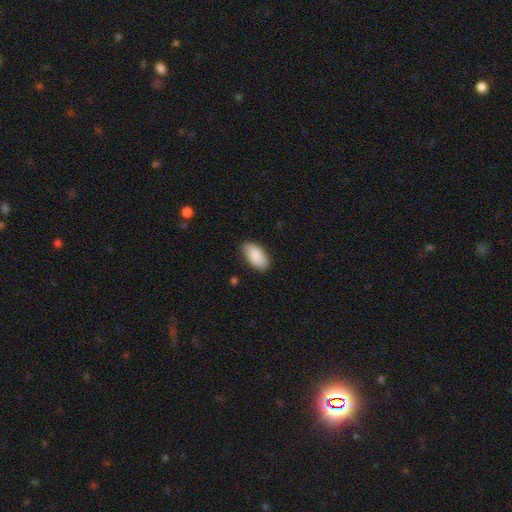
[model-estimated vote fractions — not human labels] A smooth galaxy with no disk features (89%) that is in between round and cigar-shaped (94%).

Vote fractions:
- Smooth or featured? smooth: 89% / star or artifact: 6% / featured or disk: 5%
- How rounded? in between: 94% / cigar-shaped: 4% / round: 2%
- Merging? none: 82% / minor disturbance: 14% / major disturbance: 3% / merger: 1%